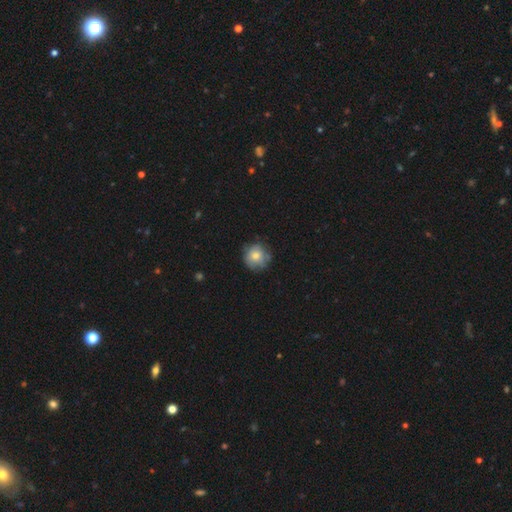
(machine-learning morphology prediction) This appears to be a smooth galaxy with no disk features (73%) that is round (92%). Merging: none (74%).